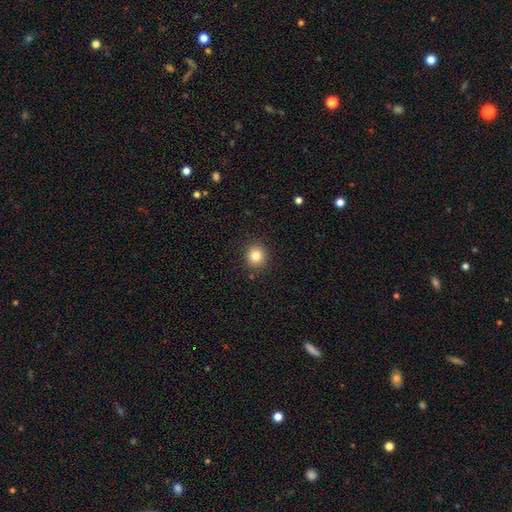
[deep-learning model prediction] smooth_or_featured: smooth (p=0.82) [alt: star or artifact p=0.11]
how_rounded: round (p=0.88) [alt: in between p=0.11]
merging: none (p=0.90) [alt: minor disturbance p=0.07]